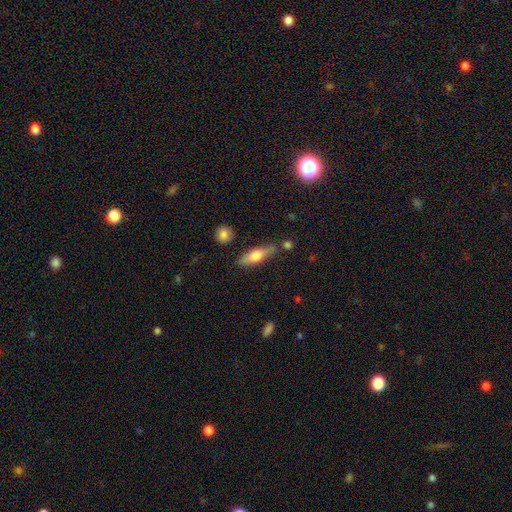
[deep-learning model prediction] smooth_or_featured: smooth (p=0.61) [alt: featured or disk p=0.33]
how_rounded: cigar-shaped (p=0.50) [alt: in between p=0.47]
merging: none (p=0.72) [alt: minor disturbance p=0.17]